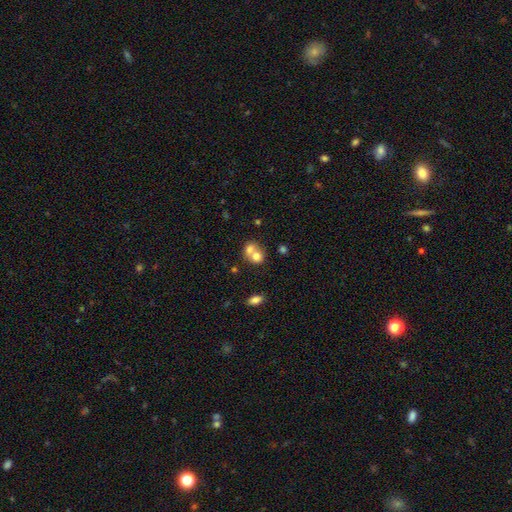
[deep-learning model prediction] smooth-or-featured: smooth: 69% | featured or disk: 20% | star or artifact: 10%
  how-rounded: round: 69% | in between: 30% | cigar-shaped: 1%
  merging: merger: 65% | none: 26% | minor disturbance: 6% | major disturbance: 3%